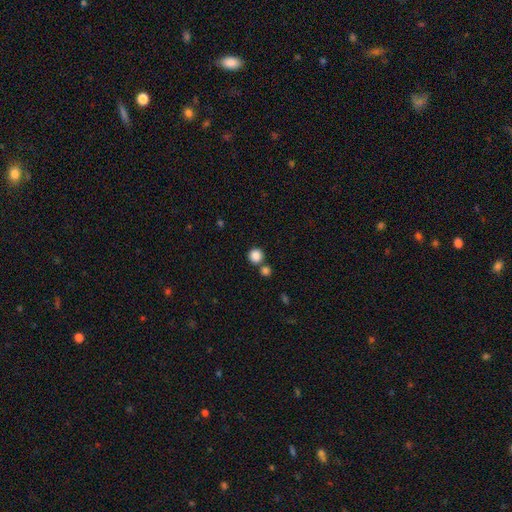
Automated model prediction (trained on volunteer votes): Q: Smooth or featured?
A: smooth (86%); runner-up: star or artifact (10%)
Q: How rounded?
A: round (93%); runner-up: in between (6%)
Q: Merging?
A: none (69%); runner-up: merger (21%)